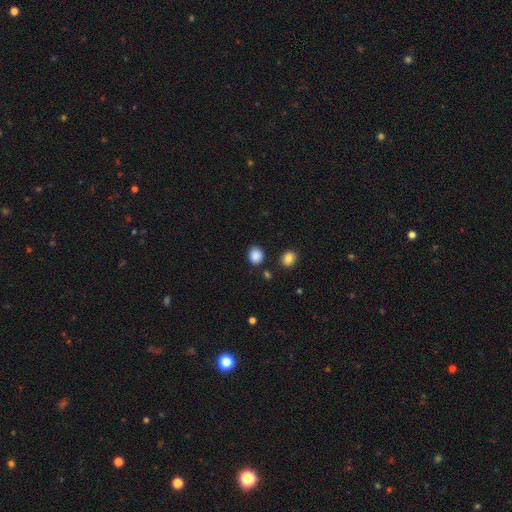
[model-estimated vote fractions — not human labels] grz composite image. It shows a smooth galaxy with no disk features (87%) that is round (73%). Merging: none (84%).